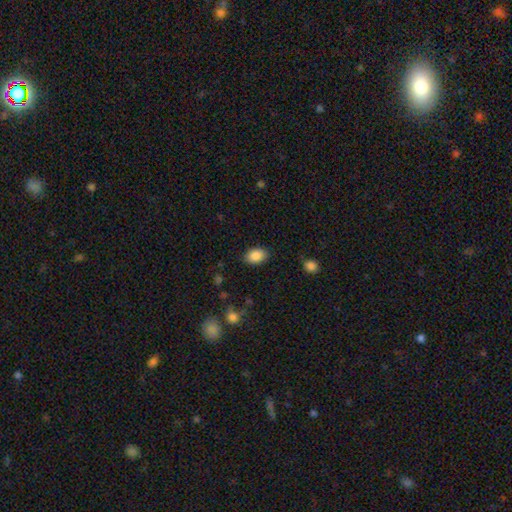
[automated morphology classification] Smooth or featured? smooth (88%)
How rounded? in between (85%)
Merging? none (86%)